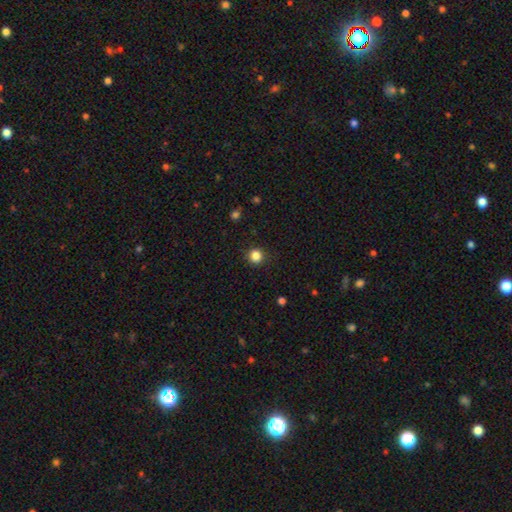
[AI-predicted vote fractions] This appears to be a smooth galaxy with no disk features (85%) that is round (92%). Merging: none (90%).